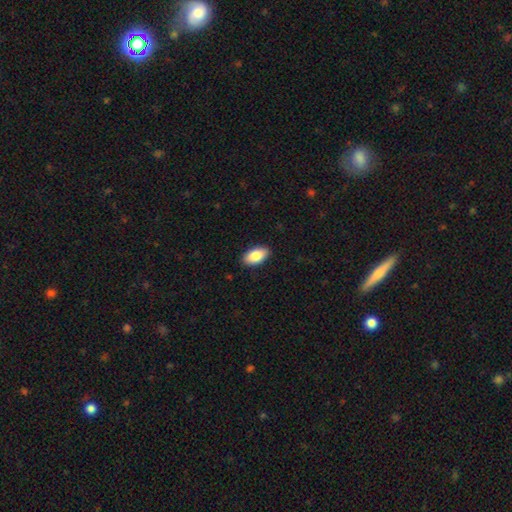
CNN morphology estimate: smooth_or_featured: smooth (p=0.85) [alt: featured or disk p=0.08]
how_rounded: in between (p=0.94) [alt: cigar-shaped p=0.03]
merging: none (p=0.90) [alt: minor disturbance p=0.08]